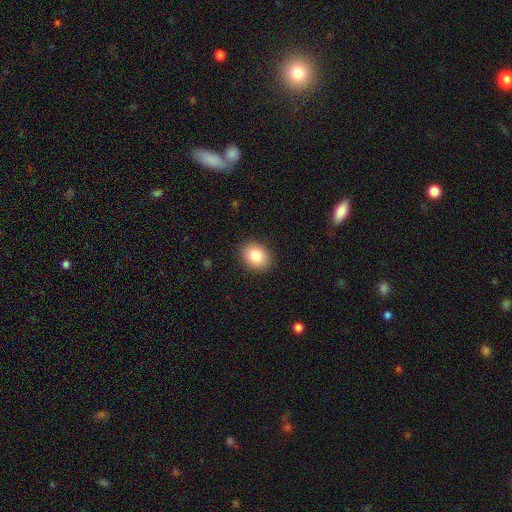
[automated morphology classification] The model was most divided on "how rounded": in between: 60%, round: 39%, cigar-shaped: 1%. More confident: merging — none (89%); smooth or featured — smooth (85%).